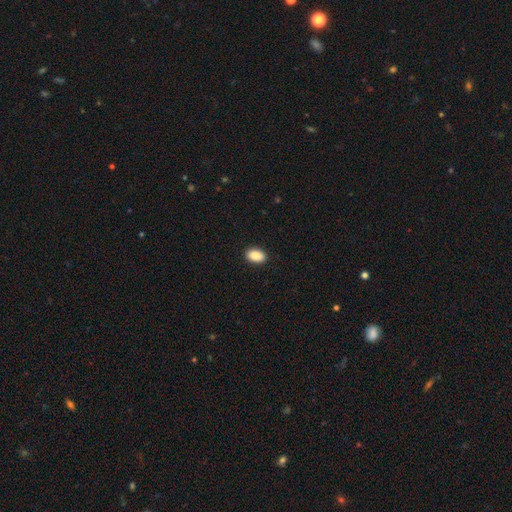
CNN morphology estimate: Smooth or featured? Predicted: smooth (p=0.89). How rounded? Predicted: in between (p=0.91). Merging? Predicted: none (p=0.91).